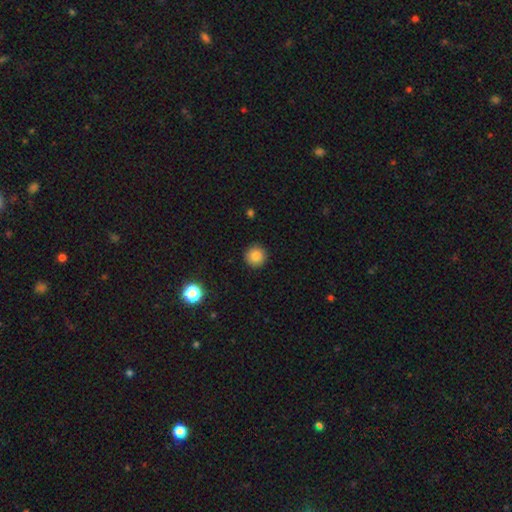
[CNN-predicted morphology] This is clearly a smooth galaxy (84%). How rounded: clearly round (95%). Merging: clearly none (92%).